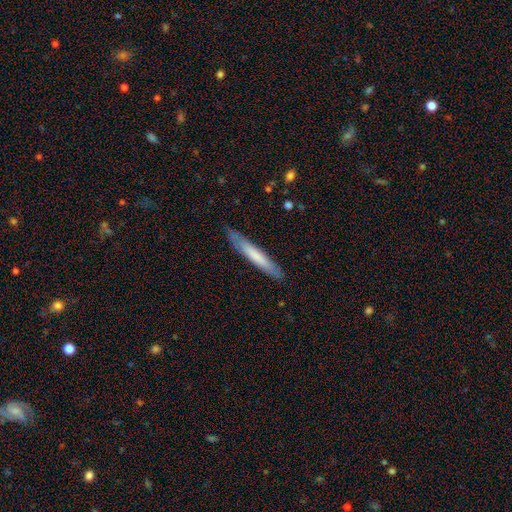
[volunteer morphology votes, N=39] Q: Smooth or featured?
A: smooth (69%); runner-up: featured or disk (26%)
Q: How rounded?
A: cigar-shaped (93%); runner-up: in between (7%)
Q: Merging?
A: none (81%); runner-up: minor disturbance (16%)